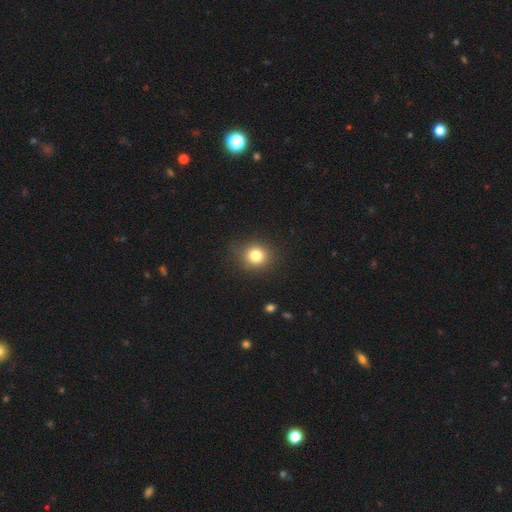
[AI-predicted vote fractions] A smooth galaxy with no disk features (80%) that is round (83%).

Vote fractions:
- Smooth or featured? smooth: 80% / star or artifact: 12% / featured or disk: 7%
- How rounded? round: 83% / in between: 16% / cigar-shaped: 1%
- Merging? none: 83% / minor disturbance: 12% / major disturbance: 4% / merger: 1%